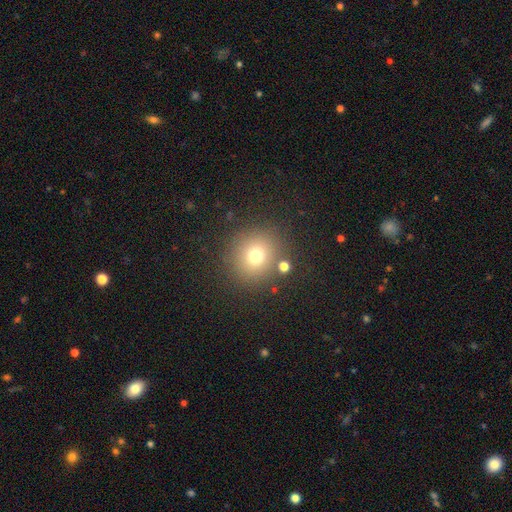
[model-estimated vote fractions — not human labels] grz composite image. It shows a smooth galaxy with no disk features (72%) that is round (91%). Merging: none (83%).